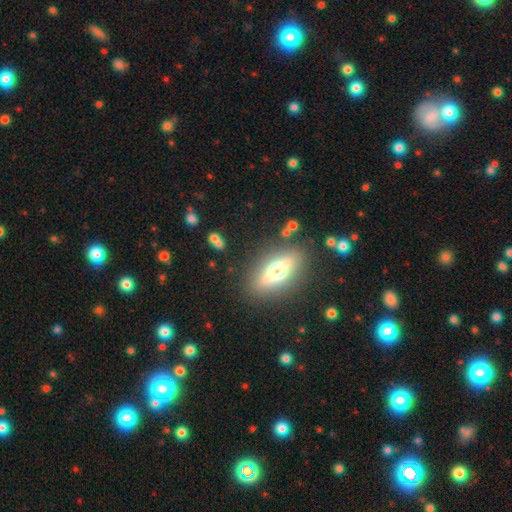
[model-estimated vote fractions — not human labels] Smooth or featured? Predicted: smooth (p=0.55). How rounded? Predicted: in between (p=0.72). Merging? Predicted: none (p=0.85).